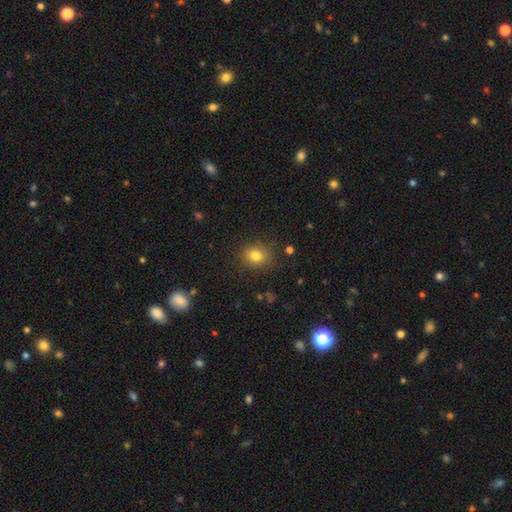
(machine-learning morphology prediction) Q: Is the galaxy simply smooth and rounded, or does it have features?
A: smooth — 79%.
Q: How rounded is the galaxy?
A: round — 62%.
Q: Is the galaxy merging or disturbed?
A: none — 85%.